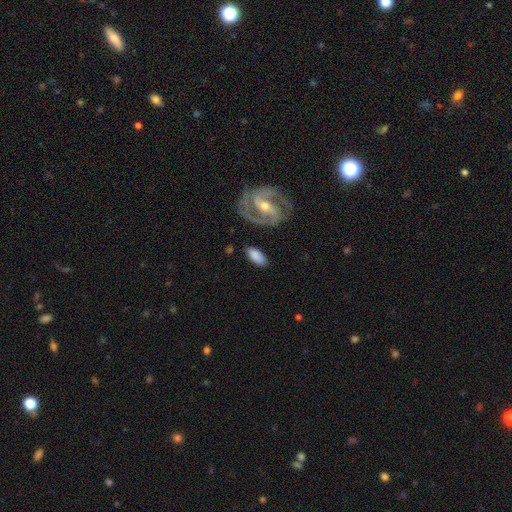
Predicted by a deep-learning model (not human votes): This appears to be a smooth galaxy with no disk features (67%) that is in between round and cigar-shaped (86%). Merging: none (79%).